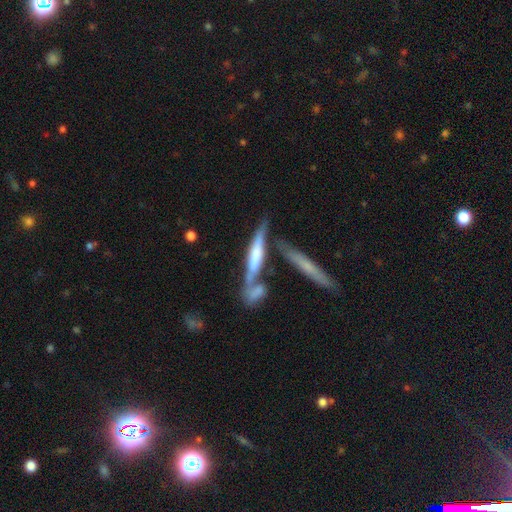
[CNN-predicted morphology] type=featured or disk (48%); merging=none (42%).